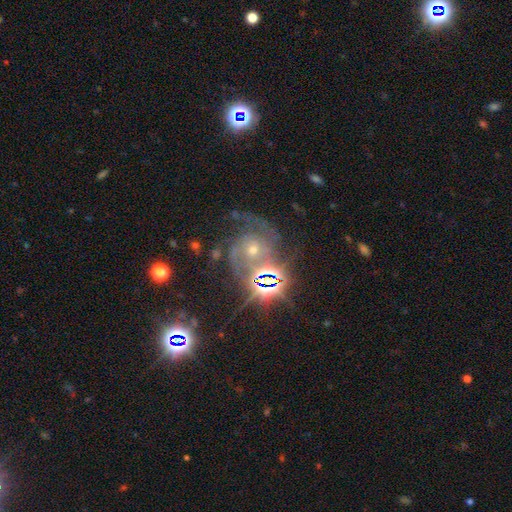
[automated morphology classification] smooth_or_featured: featured or disk (p=0.70) [alt: star or artifact p=0.22]
disk_edge_on: no (p=0.97) [alt: yes p=0.03]
bar: no (p=0.66) [alt: weak p=0.25]
has_spiral_arms: yes (p=0.95) [alt: no p=0.05]
spiral_winding: tight (p=0.49) [alt: medium p=0.41]
spiral_arm_count: 2 (p=0.34) [alt: 3 p=0.27]
bulge_size: small (p=0.50) [alt: moderate p=0.43]
merging: none (p=0.58) [alt: minor disturbance p=0.16]